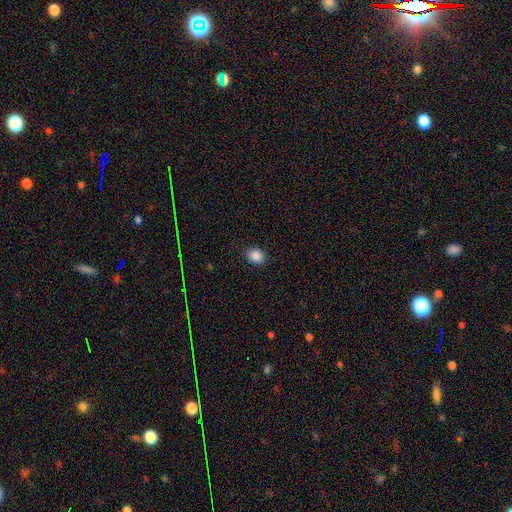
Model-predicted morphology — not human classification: smooth-or-featured: smooth: 87% | star or artifact: 10% | featured or disk: 3%
  how-rounded: in between: 52% | round: 47% | cigar-shaped: 1%
  merging: none: 89% | minor disturbance: 8% | major disturbance: 2% | merger: 1%